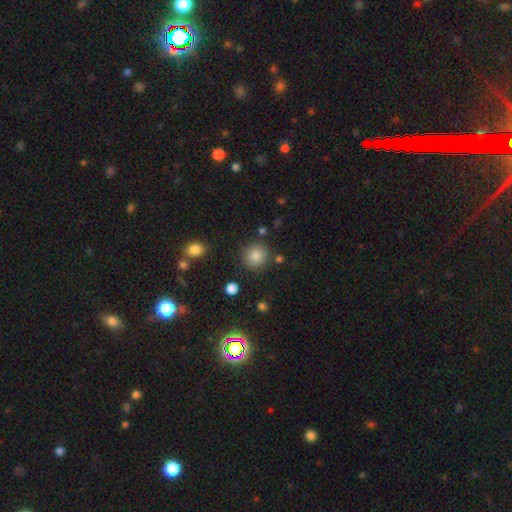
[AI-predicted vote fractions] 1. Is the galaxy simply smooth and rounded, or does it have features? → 83% smooth, 11% star or artifact, 6% featured or disk.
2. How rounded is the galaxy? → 90% round, 9% in between, 1% cigar-shaped.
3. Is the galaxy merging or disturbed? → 85% none, 8% minor disturbance, 4% merger, 3% major disturbance.